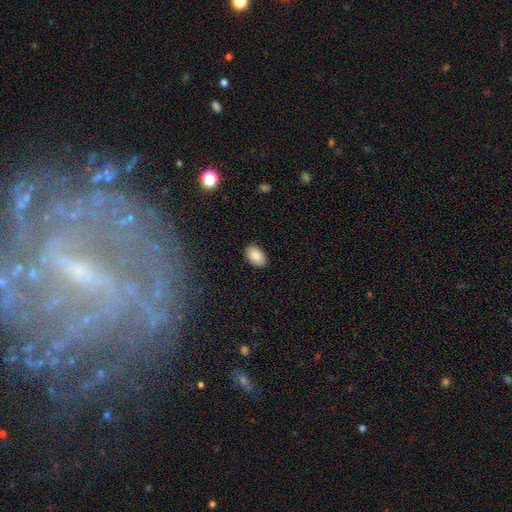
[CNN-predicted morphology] smooth_or_featured: smooth (p=0.88) [alt: star or artifact p=0.07]
how_rounded: in between (p=0.90) [alt: round p=0.09]
merging: none (p=0.88) [alt: minor disturbance p=0.09]